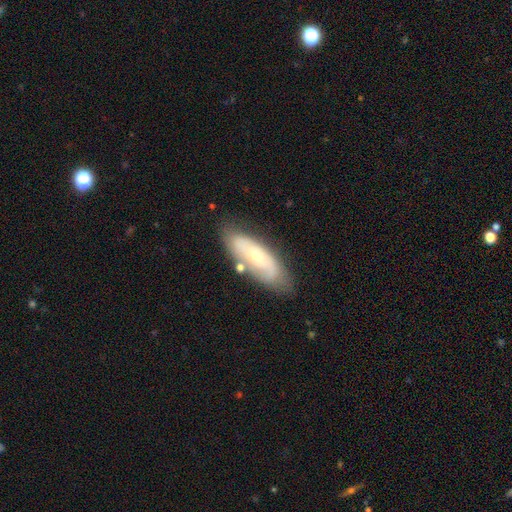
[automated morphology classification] type=featured or disk (55%); edge-on=no (81%); merging=none (70%).